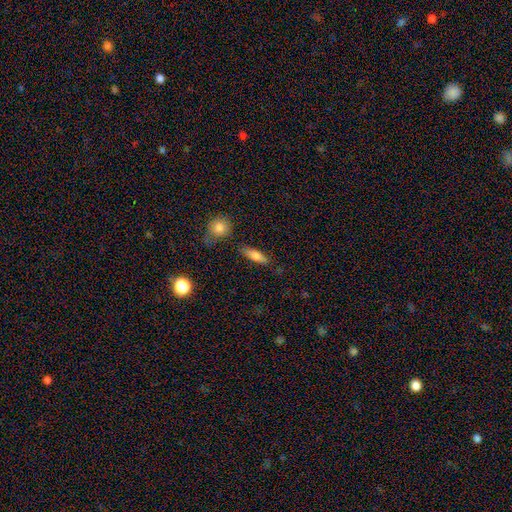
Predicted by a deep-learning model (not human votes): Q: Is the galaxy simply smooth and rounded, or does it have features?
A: smooth — 76%.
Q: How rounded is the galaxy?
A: cigar-shaped — 50%.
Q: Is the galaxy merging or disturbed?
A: none — 79%.